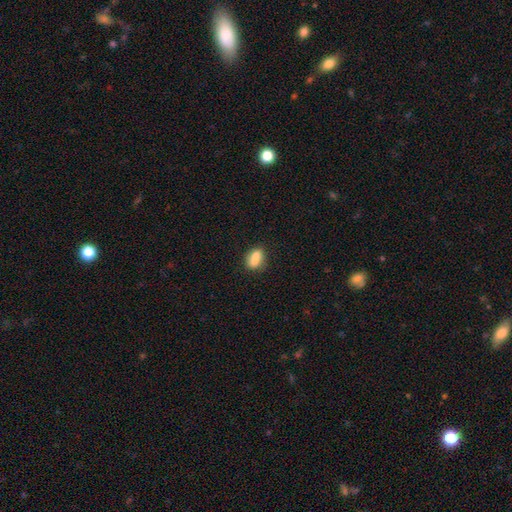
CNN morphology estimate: Q: Smooth or featured?
A: smooth (73%); runner-up: featured or disk (18%)
Q: How rounded?
A: in between (65%); runner-up: round (28%)
Q: Merging?
A: none (42%); runner-up: merger (41%)